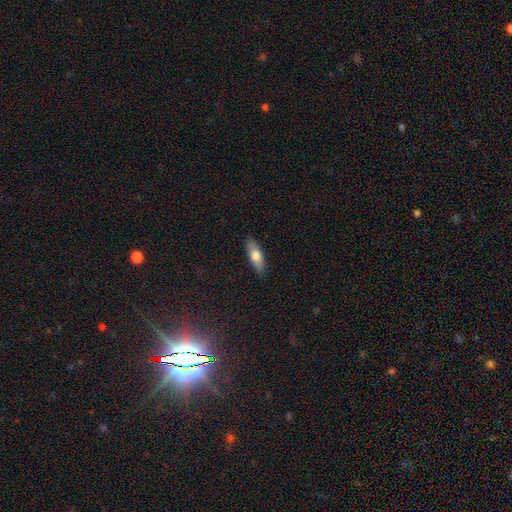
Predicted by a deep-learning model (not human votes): The model was most divided on "how rounded": in between: 66%, cigar-shaped: 31%, round: 3%. More confident: merging — none (87%); smooth or featured — smooth (70%).